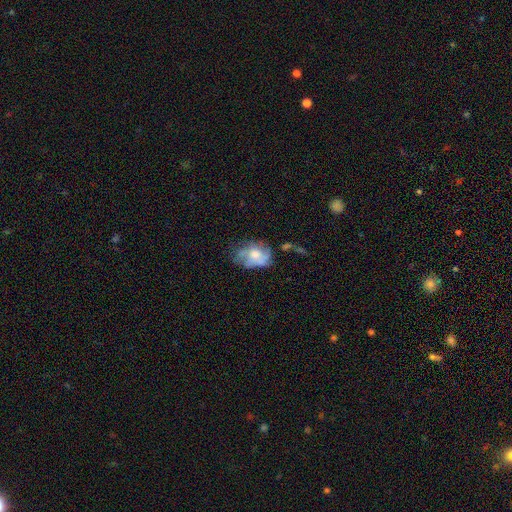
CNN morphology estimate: type=featured or disk (56%); edge-on=no (97%); bar=no (83%); spiral arms=yes (51%); bulge=moderate (60%); merging=none (43%).